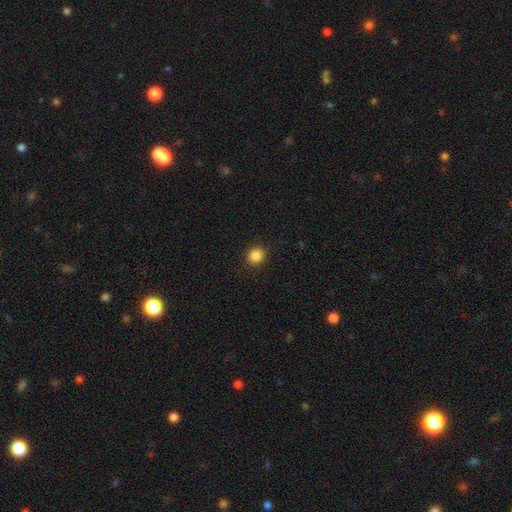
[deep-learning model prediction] This is clearly a smooth galaxy (86%). How rounded: clearly round (89%). Merging: clearly none (91%).